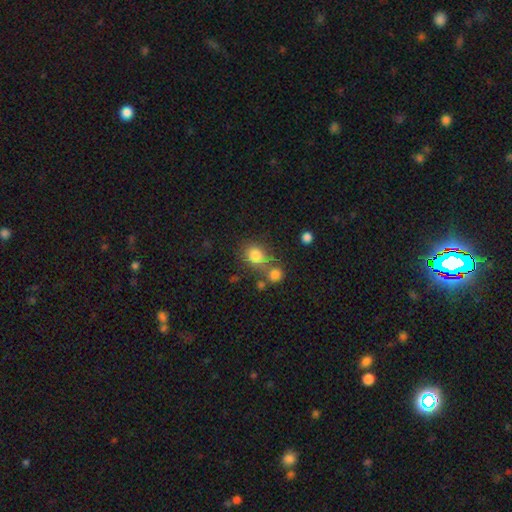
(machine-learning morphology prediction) A smooth galaxy with no disk features (81%) that is round (69%). Merging: none (55%).